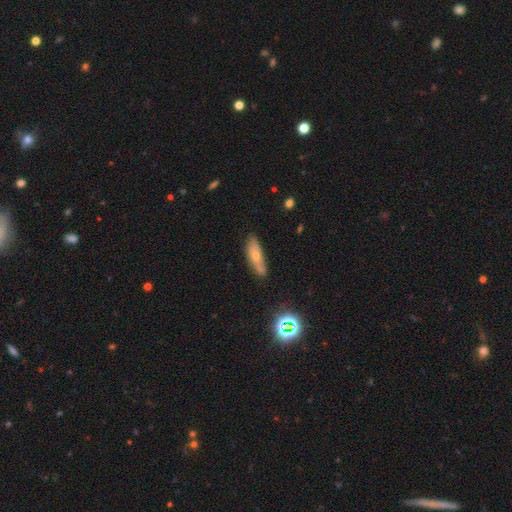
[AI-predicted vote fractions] Smooth or featured? Predicted: smooth (p=0.58). How rounded? Predicted: in between (p=0.49). Merging? Predicted: none (p=0.67).